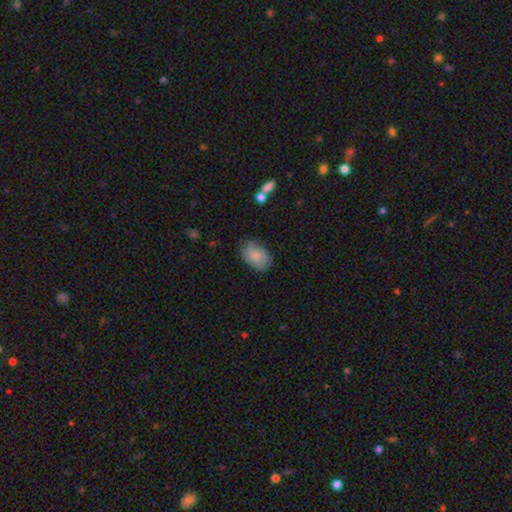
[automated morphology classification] Overall: smooth (80%). How rounded: in between (84%). Merging: none (67%).